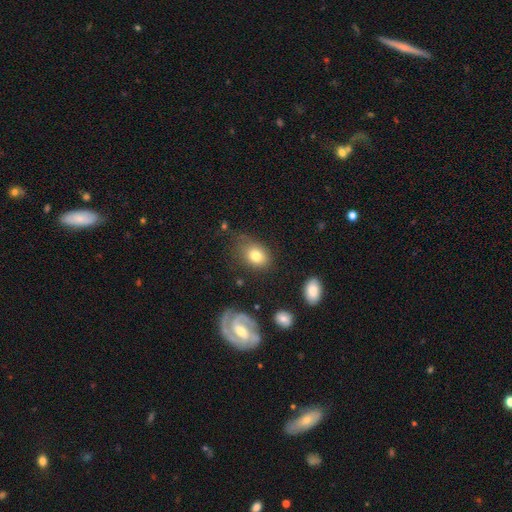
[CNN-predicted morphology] Smooth or featured: smooth — 78% (featured or disk — 13%)
How rounded: in between — 64% (round — 35%)
Merging: none — 65% (minor disturbance — 23%)